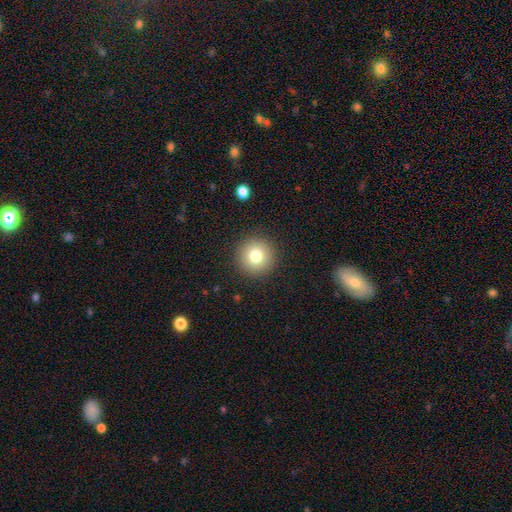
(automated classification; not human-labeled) This is likely a smooth galaxy (78%). How rounded: clearly round (96%). Merging: clearly none (91%).